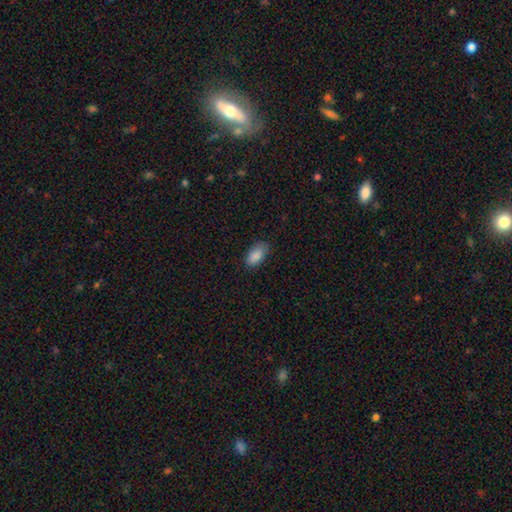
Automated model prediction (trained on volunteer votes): smooth-or-featured: smooth: 88% | star or artifact: 7% | featured or disk: 4%
  how-rounded: in between: 93% | cigar-shaped: 4% | round: 3%
  merging: none: 79% | minor disturbance: 16% | major disturbance: 3% | merger: 1%